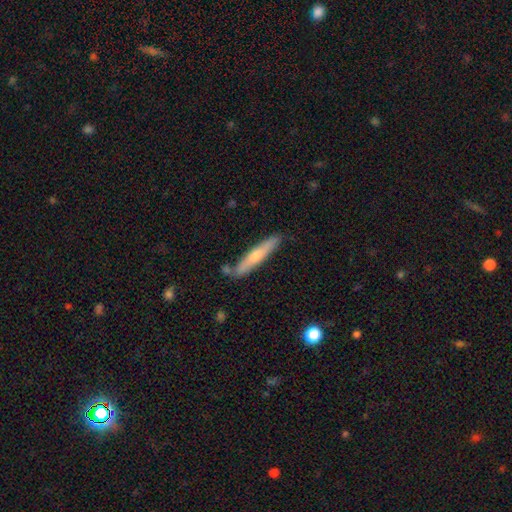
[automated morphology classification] Smooth or featured? featured or disk (54%)
Edge-on disk? yes (88%)
Merging? none (82%)